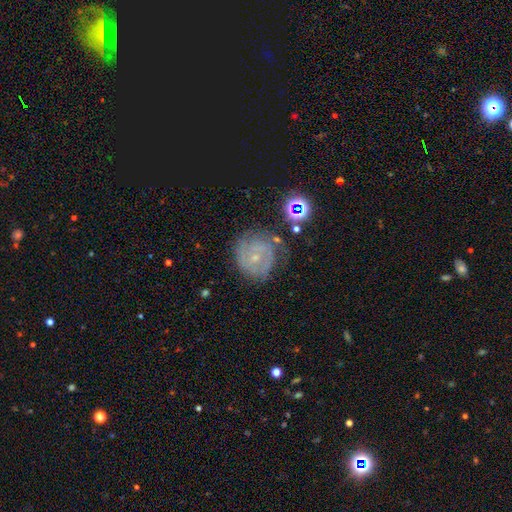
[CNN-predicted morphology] A featured or disk galaxy (71%) with no bar (61%), 2 (36%) tight (62%) spiral arms (89%) and a small central bulge (76%).

Vote fractions:
- Smooth or featured? featured or disk: 71% / smooth: 16% / star or artifact: 13%
- Edge-on disk? no: 98% / yes: 2%
- Bar? no: 61% / weak: 32% / strong: 7%
- Spiral arms? yes: 89% / no: 11%
- Spiral winding? tight: 62% / medium: 30% / loose: 8%
- Spiral arm count? 2: 36% / can't tell: 35% / 3: 15% / 1: 5% / 4: 5% / more than 4: 4%
- Bulge size? small: 76% / moderate: 18% / none: 4% / large: 1% / dominant: 1%
- Merging? none: 64% / minor disturbance: 21% / major disturbance: 10% / merger: 4%